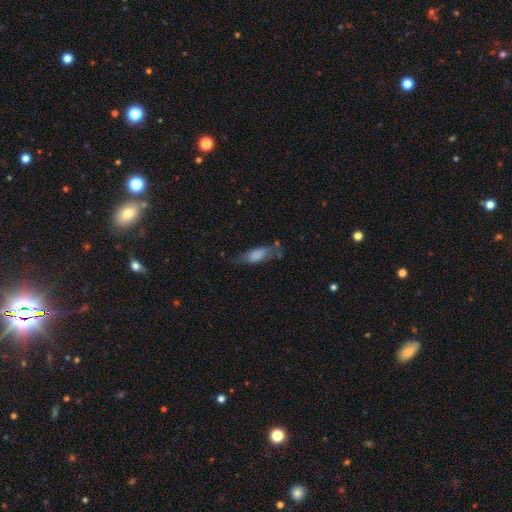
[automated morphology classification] smooth 60%, featured or disk 30%, star or artifact 11%. Down the decision tree: how rounded — in between (50%); merging — none (52%).